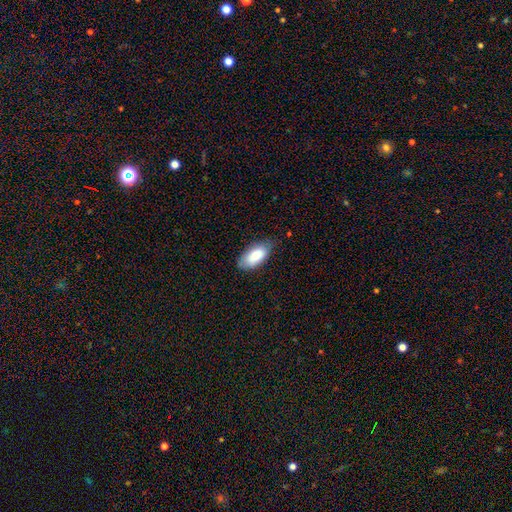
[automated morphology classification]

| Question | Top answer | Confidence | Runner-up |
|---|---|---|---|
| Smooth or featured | smooth | 82% | featured or disk (12%) |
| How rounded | in between | 92% | cigar-shaped (6%) |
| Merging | none | 75% | minor disturbance (21%) |